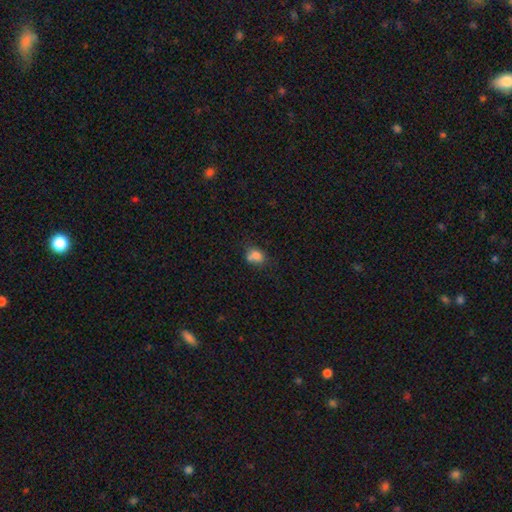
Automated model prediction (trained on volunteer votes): Smooth or featured?
  - smooth: 76% *
  - featured or disk: 13%
  - star or artifact: 12%
How rounded?
  - in between: 56% *
  - round: 43%
  - cigar-shaped: 1%
Merging?
  - none: 42% *
  - merger: 32%
  - minor disturbance: 19%
  - major disturbance: 7%